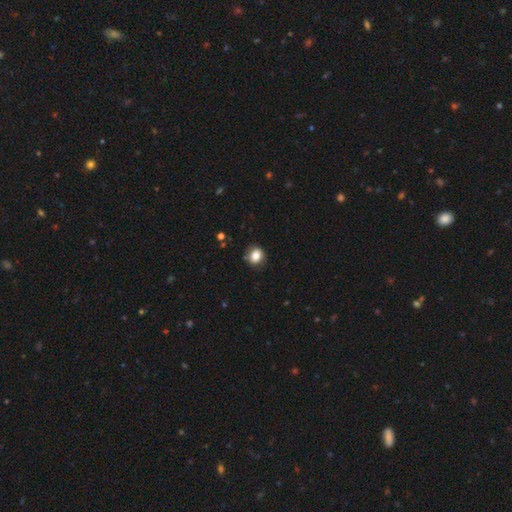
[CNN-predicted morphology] smooth 81%, star or artifact 9%, featured or disk 9%. Down the decision tree: how rounded — round (64%); merging — none (82%).